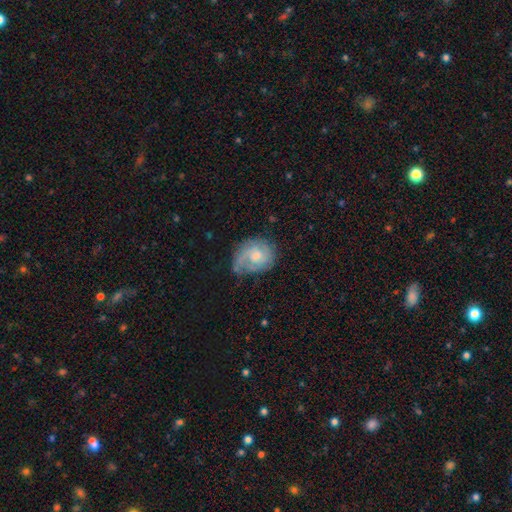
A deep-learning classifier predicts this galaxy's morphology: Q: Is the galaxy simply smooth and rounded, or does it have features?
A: featured or disk — 65%.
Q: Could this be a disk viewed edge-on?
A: no — 97%.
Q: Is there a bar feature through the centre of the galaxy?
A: no — 69%.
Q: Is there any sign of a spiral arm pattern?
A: yes — 86%.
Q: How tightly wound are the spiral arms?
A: tight — 49%.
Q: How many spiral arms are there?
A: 2 — 39%.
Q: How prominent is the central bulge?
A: moderate — 48%.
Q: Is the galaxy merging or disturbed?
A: none — 59%.